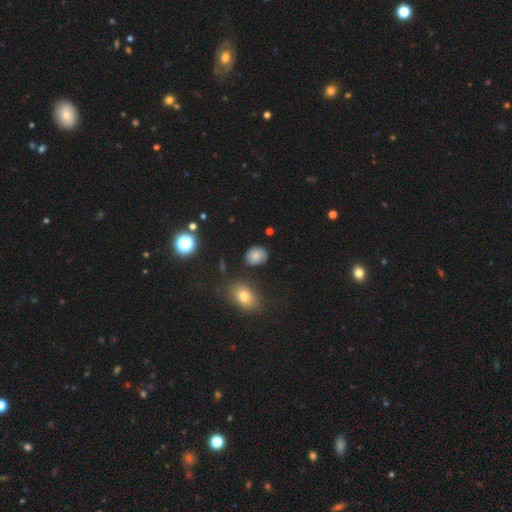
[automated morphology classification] smooth_or_featured: smooth (p=0.77) [alt: star or artifact p=0.13]
how_rounded: in between (p=0.58) [alt: round p=0.41]
merging: none (p=0.79) [alt: minor disturbance p=0.14]